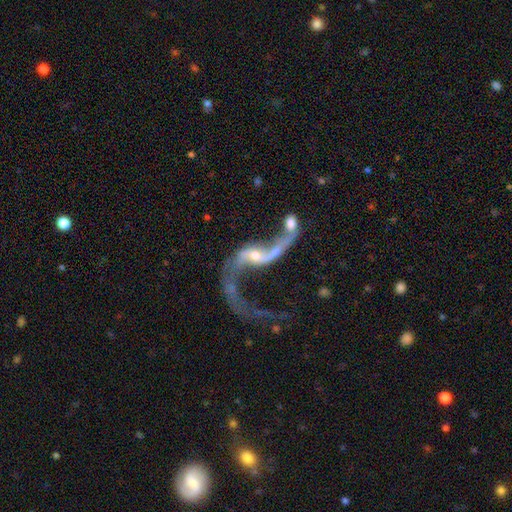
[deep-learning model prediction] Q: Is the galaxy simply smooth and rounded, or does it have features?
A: featured or disk — 86%.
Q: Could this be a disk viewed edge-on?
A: no — 95%.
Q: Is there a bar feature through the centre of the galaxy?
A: no — 41%.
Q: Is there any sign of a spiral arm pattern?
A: yes — 88%.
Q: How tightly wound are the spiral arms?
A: loose — 93%.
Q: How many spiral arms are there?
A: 2 — 88%.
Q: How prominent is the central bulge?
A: small — 50%.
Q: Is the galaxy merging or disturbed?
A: merger — 45%.